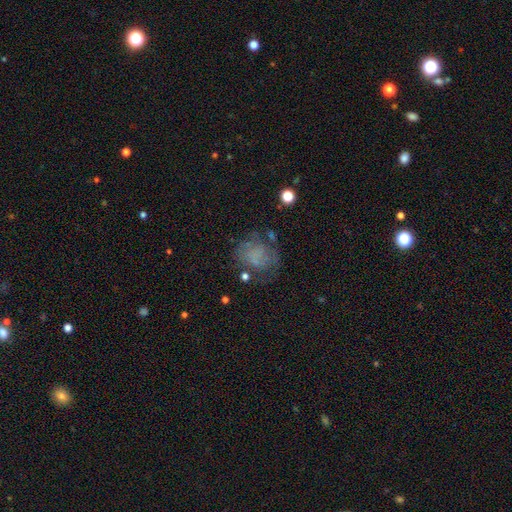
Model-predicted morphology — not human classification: This is possibly a smooth galaxy (46%). Merging: possibly none (52%).